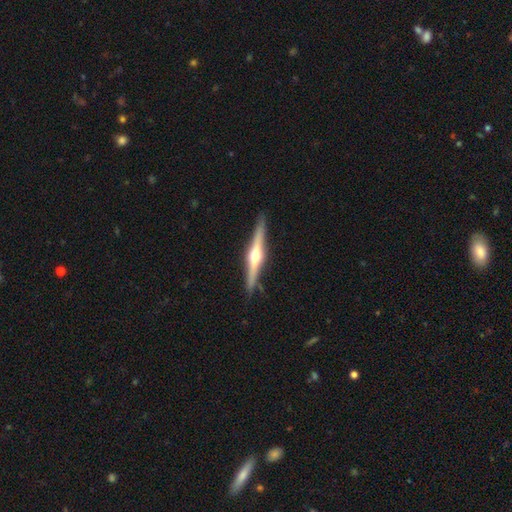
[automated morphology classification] Smooth or featured? Predicted: featured or disk (p=0.76). Edge-on disk? Predicted: yes (p=0.98). Edge-on bulge? Predicted: rounded (p=0.92). Merging? Predicted: none (p=0.88).